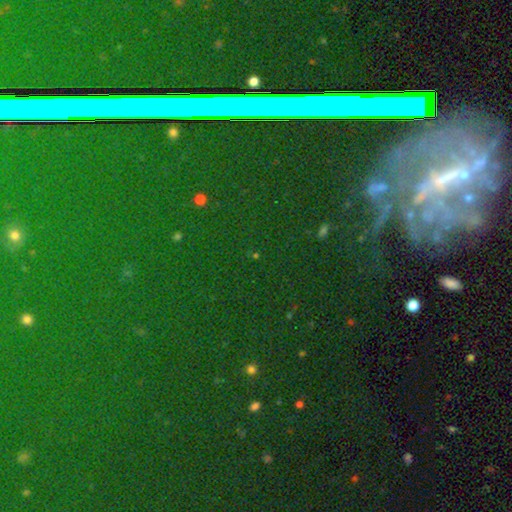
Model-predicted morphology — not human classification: A star or artifact, not a galaxy (73%).

Vote fractions:
- Smooth or featured? star or artifact: 73% / smooth: 18% / featured or disk: 9%